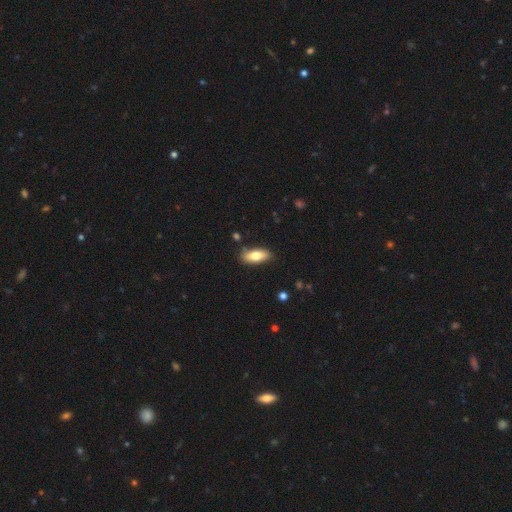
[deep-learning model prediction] Morphology: type=smooth (77%); roundness=in between (80%); merging=none (83%).